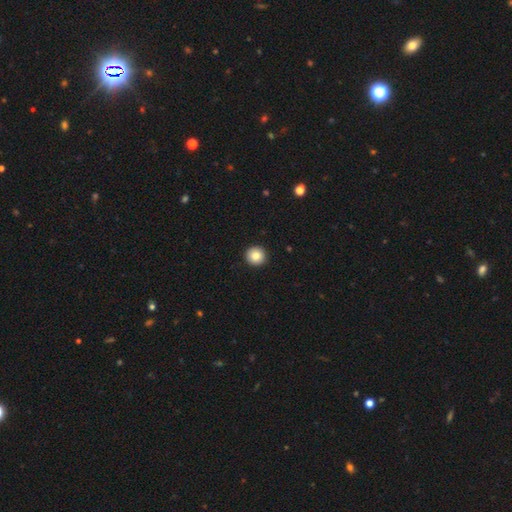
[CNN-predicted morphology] A smooth galaxy with no disk features (85%) that is round (95%).

Vote fractions:
- Smooth or featured? smooth: 85% / star or artifact: 9% / featured or disk: 7%
- How rounded? round: 95% / in between: 4% / cigar-shaped: 1%
- Merging? none: 94% / minor disturbance: 4% / major disturbance: 1% / merger: 1%